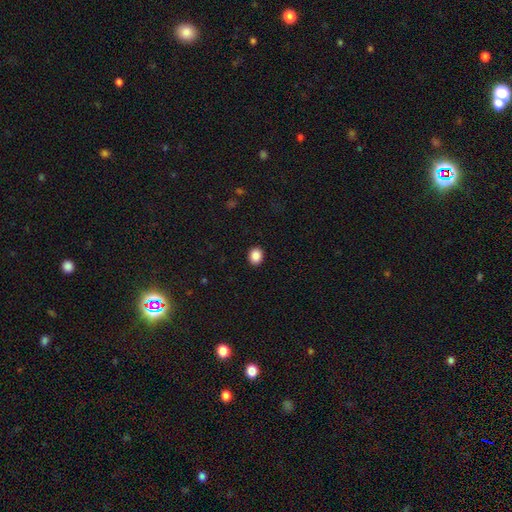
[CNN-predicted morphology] smooth-or-featured: smooth: 88% | star or artifact: 9% | featured or disk: 3%
  how-rounded: round: 61% | in between: 38% | cigar-shaped: 1%
  merging: none: 91% | minor disturbance: 6% | major disturbance: 2% | merger: 1%